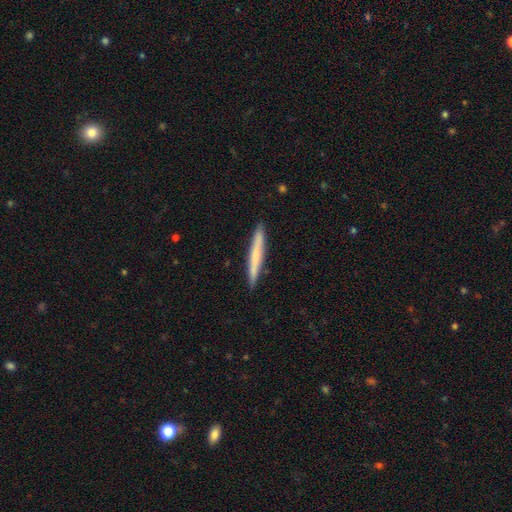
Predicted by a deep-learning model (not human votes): smooth 62%, featured or disk 32%, star or artifact 6%. Down the decision tree: how rounded — cigar-shaped (97%); merging — none (91%).